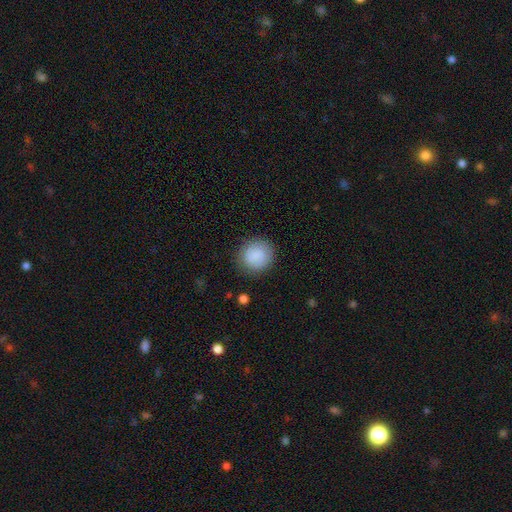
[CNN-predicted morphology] Smooth or featured? Predicted: smooth (p=0.87). How rounded? Predicted: round (p=0.88). Merging? Predicted: none (p=0.86).